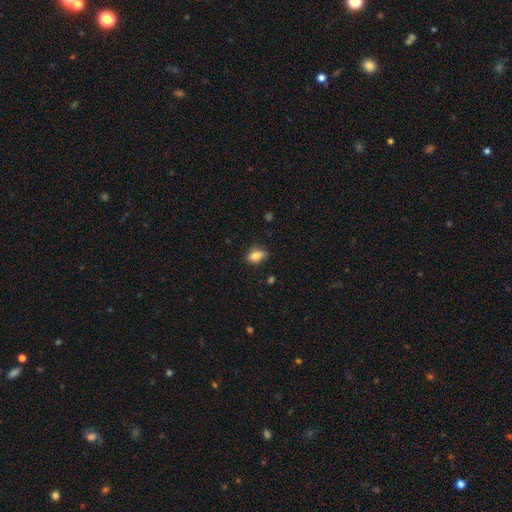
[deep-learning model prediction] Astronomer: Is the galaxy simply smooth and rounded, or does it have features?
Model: smooth — 82%.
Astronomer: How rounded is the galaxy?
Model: in between — 85%.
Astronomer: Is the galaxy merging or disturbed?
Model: none — 76%.